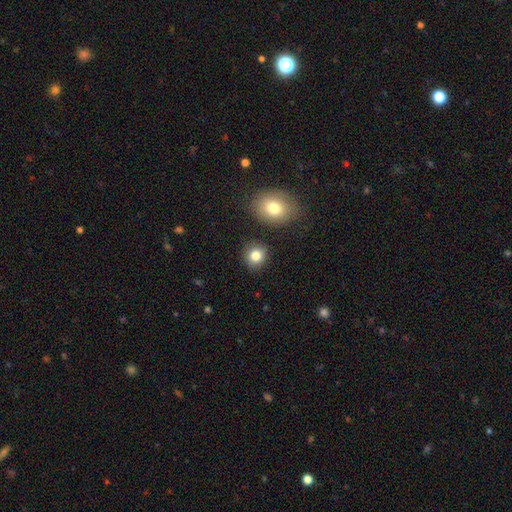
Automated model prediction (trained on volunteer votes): Morphology: type=smooth (82%); roundness=round (83%); merging=none (85%).